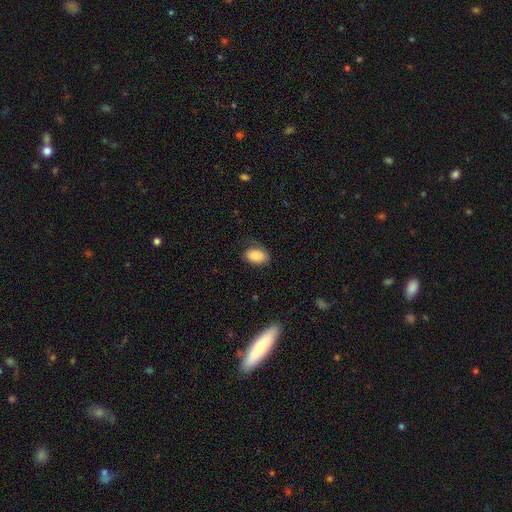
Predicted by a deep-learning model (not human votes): Smooth or featured: smooth — 78% (featured or disk — 15%)
How rounded: in between — 91% (round — 7%)
Merging: none — 57% (minor disturbance — 25%)